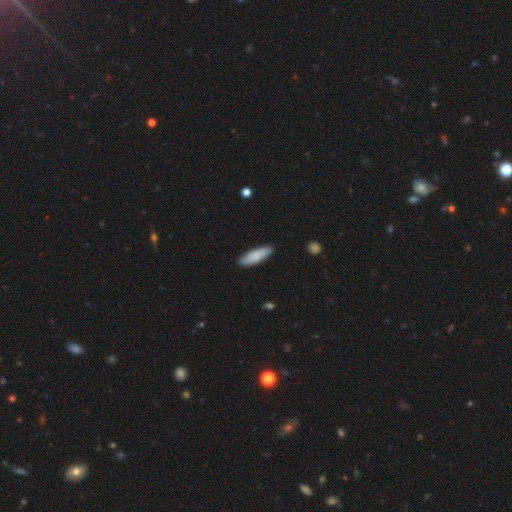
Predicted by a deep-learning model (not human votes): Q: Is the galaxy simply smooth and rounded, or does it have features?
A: smooth — 82%.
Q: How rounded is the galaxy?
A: cigar-shaped — 51%.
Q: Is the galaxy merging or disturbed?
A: none — 87%.